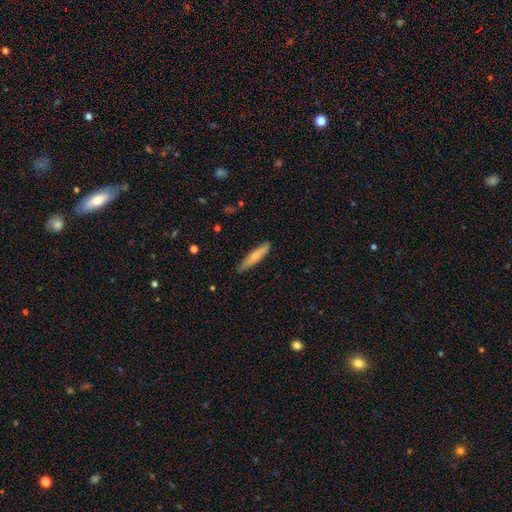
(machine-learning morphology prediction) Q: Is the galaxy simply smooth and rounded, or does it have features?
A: smooth — 67%.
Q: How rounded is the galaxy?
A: cigar-shaped — 88%.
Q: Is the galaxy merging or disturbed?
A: none — 84%.